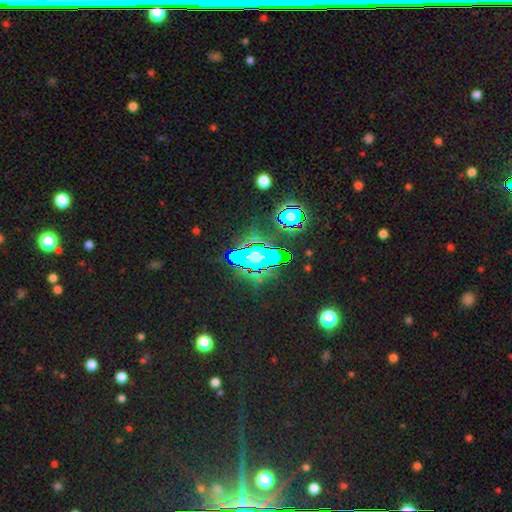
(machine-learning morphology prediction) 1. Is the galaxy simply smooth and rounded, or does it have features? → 82% star or artifact, 10% smooth, 8% featured or disk.